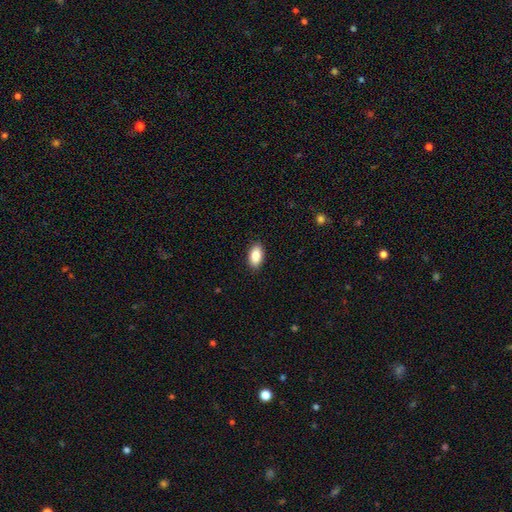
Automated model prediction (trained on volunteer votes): Smooth or featured? Predicted: smooth (p=0.88). How rounded? Predicted: in between (p=0.93). Merging? Predicted: none (p=0.89).